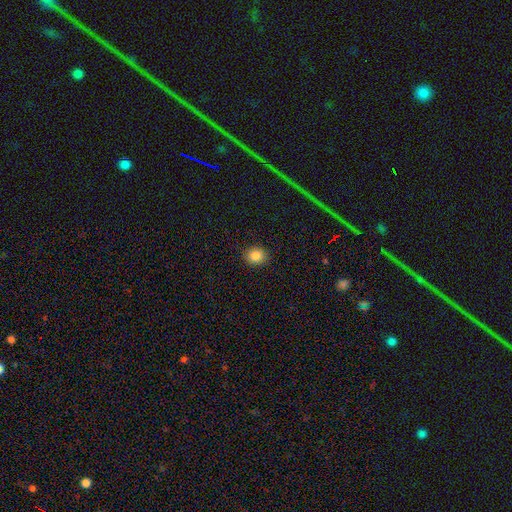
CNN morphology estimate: This appears to be a smooth galaxy with no disk features (84%) that is round (66%). Merging: none (90%).